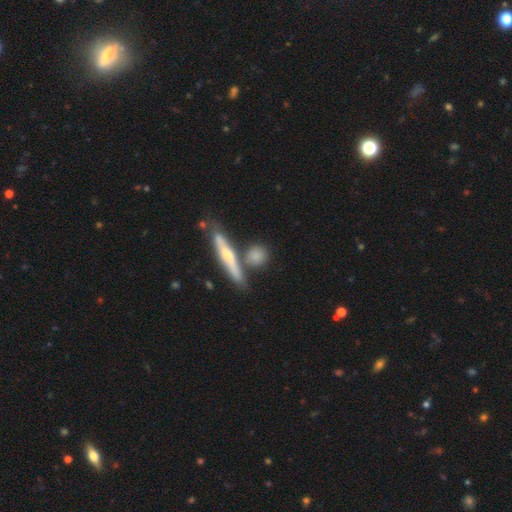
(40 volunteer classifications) Volunteers were most divided on "how rounded": round: 50%, cigar-shaped: 43%, in between: 7%. Remaining: smooth or featured — smooth (70%); merging — none (46%).